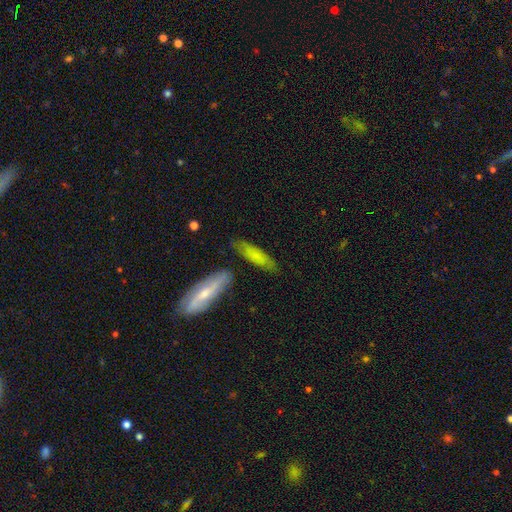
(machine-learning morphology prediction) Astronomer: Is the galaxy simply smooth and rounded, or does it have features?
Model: smooth — 65%.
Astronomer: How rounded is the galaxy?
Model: cigar-shaped — 62%.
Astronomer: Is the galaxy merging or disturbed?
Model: none — 71%.